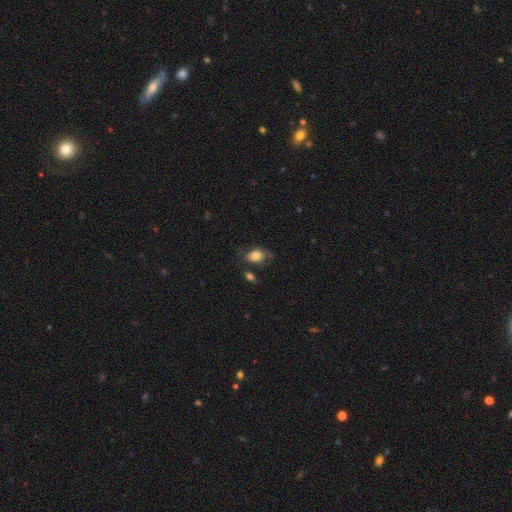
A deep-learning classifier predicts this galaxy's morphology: Q: Smooth or featured?
A: smooth (76%); runner-up: featured or disk (16%)
Q: How rounded?
A: in between (76%); runner-up: round (23%)
Q: Merging?
A: none (51%); runner-up: minor disturbance (26%)